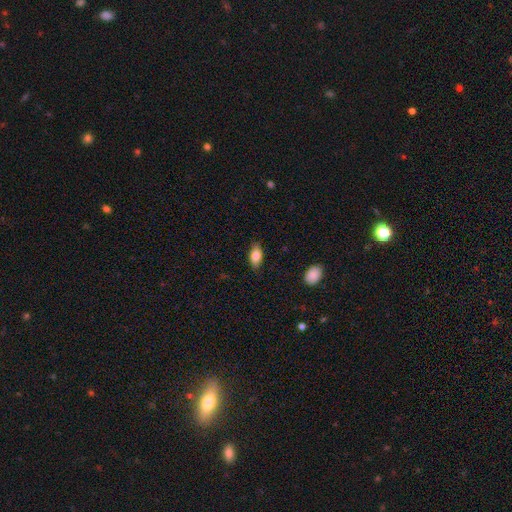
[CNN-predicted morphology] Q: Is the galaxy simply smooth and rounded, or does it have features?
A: smooth — 81%.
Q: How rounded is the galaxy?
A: in between — 88%.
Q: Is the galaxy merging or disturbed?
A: none — 84%.